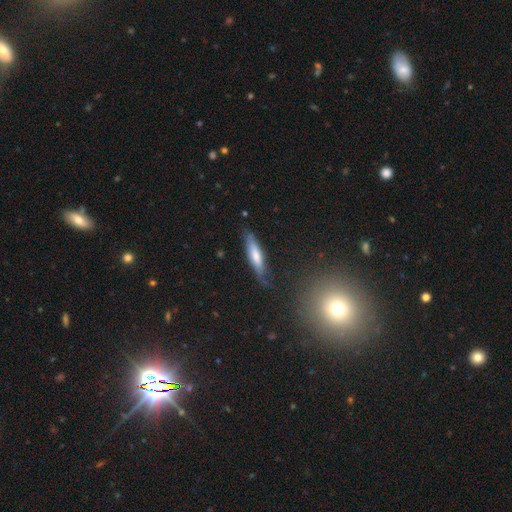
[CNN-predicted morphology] Smooth or featured?
  - smooth: 61% *
  - featured or disk: 32%
  - star or artifact: 6%
How rounded?
  - cigar-shaped: 76% *
  - in between: 22%
  - round: 1%
Merging?
  - none: 73% *
  - minor disturbance: 20%
  - major disturbance: 5%
  - merger: 2%